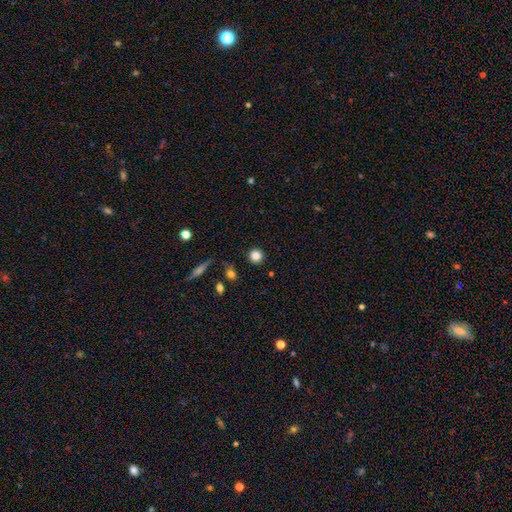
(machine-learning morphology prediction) A smooth galaxy with no disk features (84%) that is round (93%). Merging: none (88%).